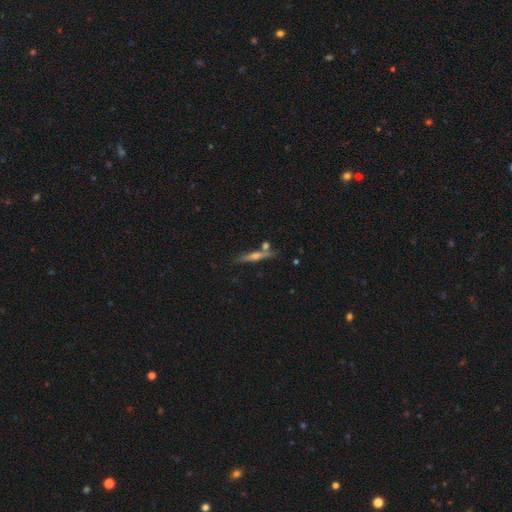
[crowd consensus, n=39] Volunteers were most divided on "smooth or featured": featured or disk: 79%, smooth: 21%, star or artifact: 0%. More confident: edge-on disk — yes (100%); edge-on bulge — rounded (94%); merging — none (90%).